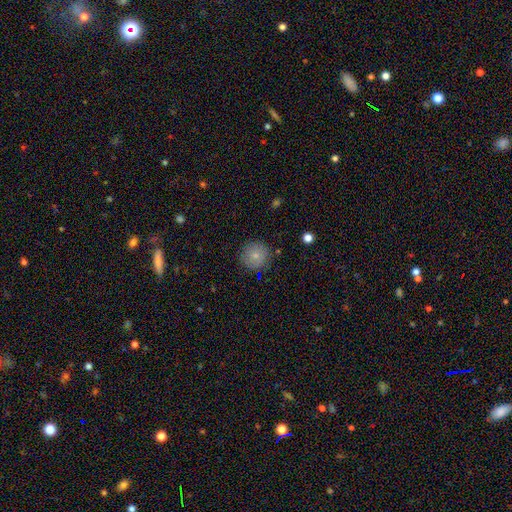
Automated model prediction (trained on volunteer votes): Smooth or featured? Predicted: smooth (p=0.76). How rounded? Predicted: round (p=0.93). Merging? Predicted: none (p=0.84).